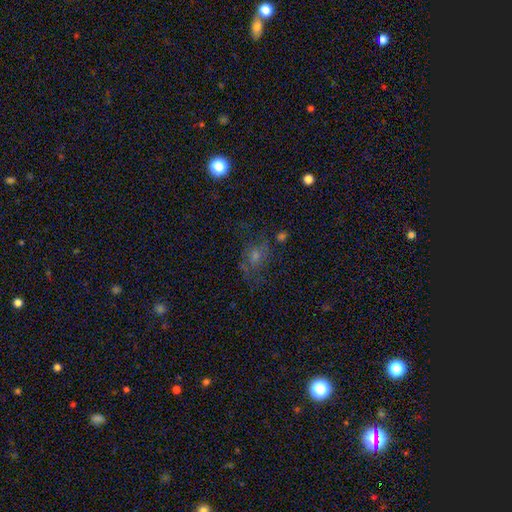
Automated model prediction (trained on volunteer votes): featured or disk 40%, smooth 38%, star or artifact 23%. Down the decision tree: merging — none (54%).